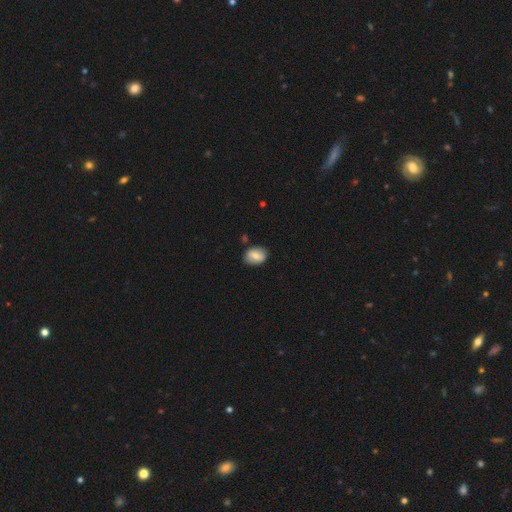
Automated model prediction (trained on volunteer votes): The model was most divided on "how rounded": in between: 73%, round: 26%, cigar-shaped: 1%. More confident: merging — none (83%); smooth or featured — smooth (71%).